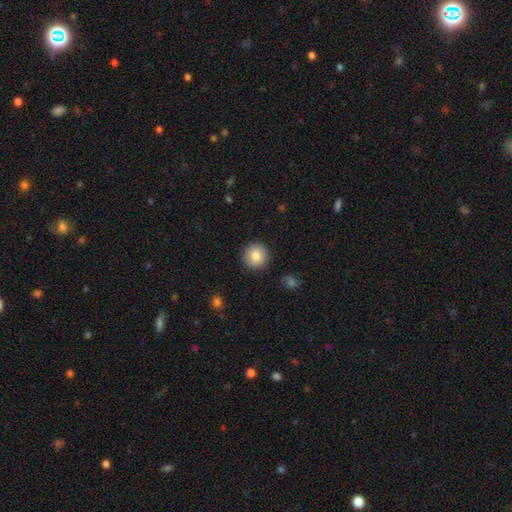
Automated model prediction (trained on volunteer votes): Smooth or featured? smooth (83%)
How rounded? round (95%)
Merging? none (92%)